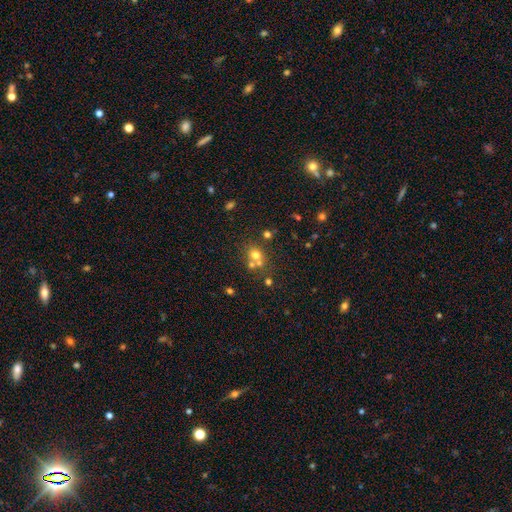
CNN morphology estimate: Overall: smooth (64%). How rounded: round (75%). Merging: none (50%; merger 37%).